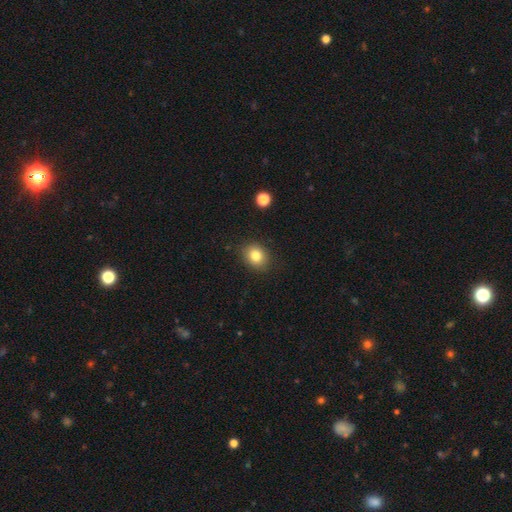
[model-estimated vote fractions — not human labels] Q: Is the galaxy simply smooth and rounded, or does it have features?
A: smooth — 82%.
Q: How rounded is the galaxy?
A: round — 62%.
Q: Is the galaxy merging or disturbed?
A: none — 87%.